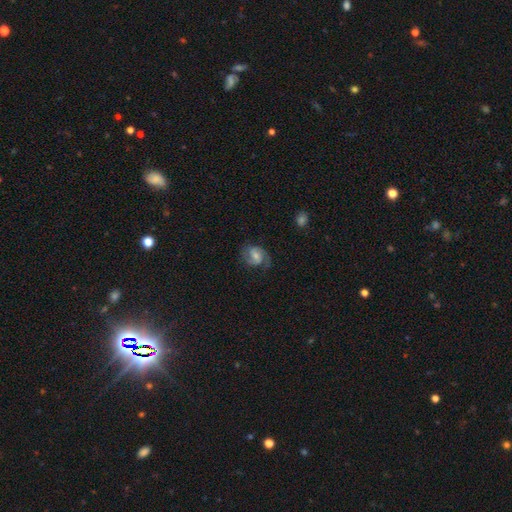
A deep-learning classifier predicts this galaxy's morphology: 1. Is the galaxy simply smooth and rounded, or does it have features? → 72% featured or disk, 21% smooth, 7% star or artifact.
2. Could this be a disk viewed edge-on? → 98% no, 2% yes.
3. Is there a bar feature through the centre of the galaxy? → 45% weak, 43% no, 12% strong.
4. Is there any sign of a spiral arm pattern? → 93% yes, 7% no.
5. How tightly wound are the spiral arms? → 50% medium, 27% tight, 23% loose.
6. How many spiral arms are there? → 83% 2, 7% can't tell, 6% 1, 2% 3, 1% 4, 1% more than 4.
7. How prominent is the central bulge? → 44% small, 41% moderate, 8% none, 5% large, 1% dominant.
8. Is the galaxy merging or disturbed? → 65% none, 20% minor disturbance, 13% major disturbance, 1% merger.